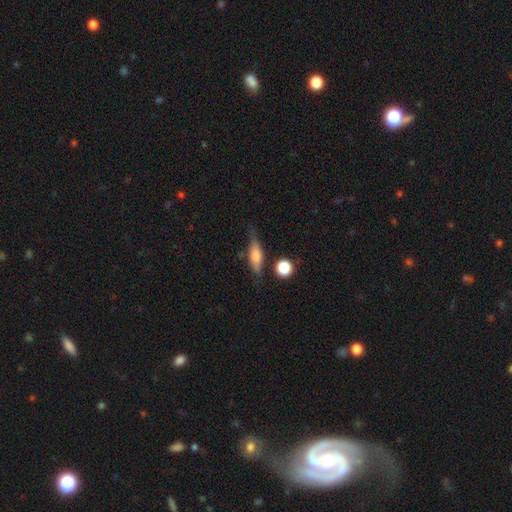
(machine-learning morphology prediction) A smooth galaxy with no disk features (57%) that is in between round and cigar-shaped (50%). Merging: none (67%).